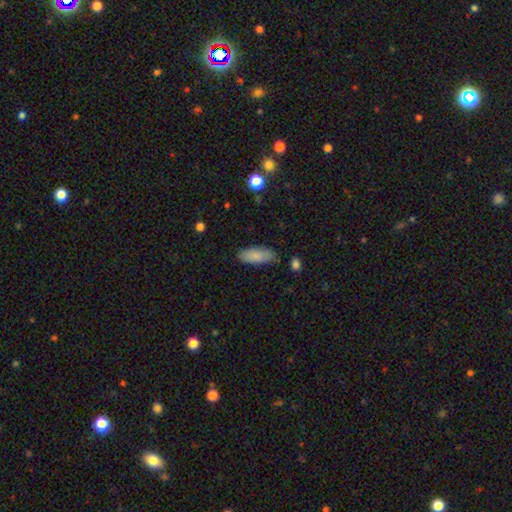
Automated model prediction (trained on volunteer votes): smooth-or-featured: smooth: 86% | featured or disk: 8% | star or artifact: 6%
  how-rounded: in between: 75% | cigar-shaped: 24% | round: 2%
  merging: none: 83% | minor disturbance: 12% | major disturbance: 3% | merger: 2%